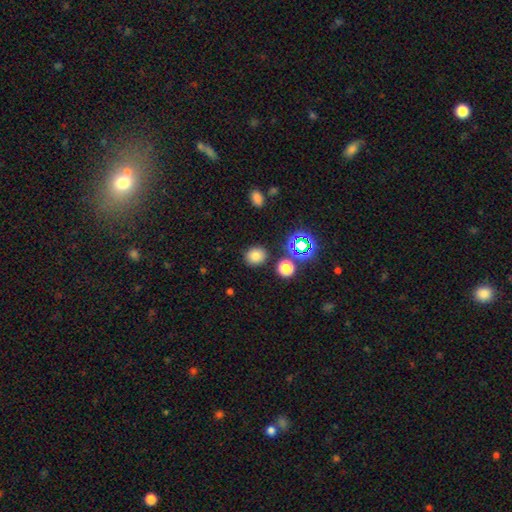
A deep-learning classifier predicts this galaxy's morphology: A smooth galaxy with no disk features (77%) that is round (72%).

Vote fractions:
- Smooth or featured? smooth: 77% / star or artifact: 17% / featured or disk: 6%
- How rounded? round: 72% / in between: 27% / cigar-shaped: 1%
- Merging? none: 85% / minor disturbance: 8% / merger: 4% / major disturbance: 3%